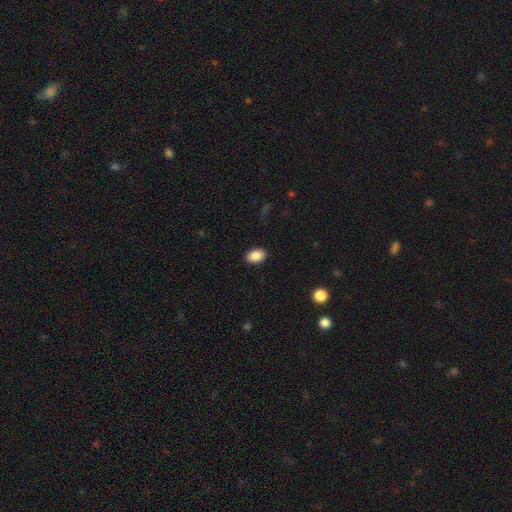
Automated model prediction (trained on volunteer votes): A smooth galaxy with no disk features (89%) that is in between round and cigar-shaped (87%).

Vote fractions:
- Smooth or featured? smooth: 89% / star or artifact: 7% / featured or disk: 4%
- How rounded? in between: 87% / round: 12% / cigar-shaped: 1%
- Merging? none: 90% / minor disturbance: 8% / major disturbance: 2% / merger: 1%